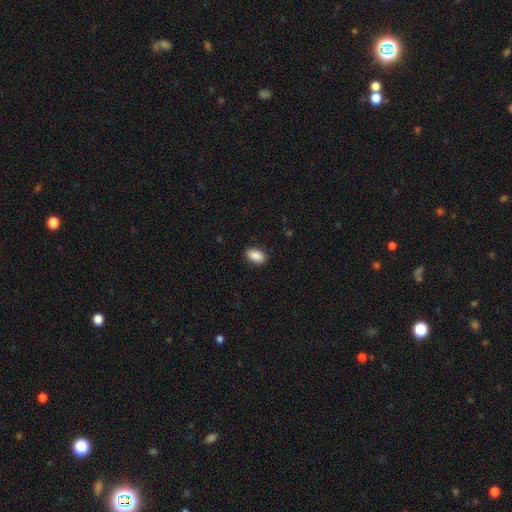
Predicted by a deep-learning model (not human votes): Overall: smooth (90%). How rounded: in between (90%). Merging: none (88%).